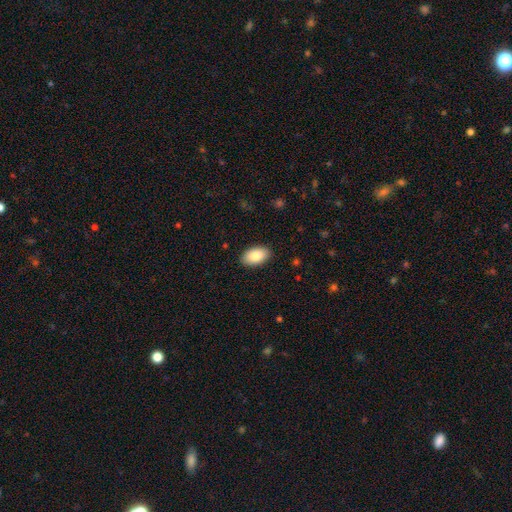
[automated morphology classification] Smooth or featured?
  - smooth: 87% *
  - featured or disk: 6%
  - star or artifact: 6%
How rounded?
  - in between: 95% *
  - round: 4%
  - cigar-shaped: 1%
Merging?
  - none: 89% *
  - minor disturbance: 8%
  - major disturbance: 2%
  - merger: 1%